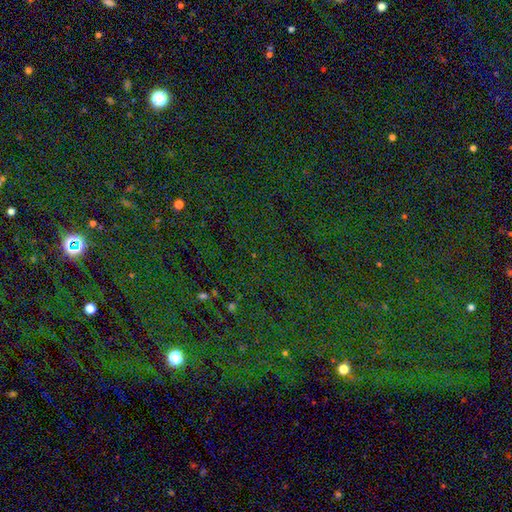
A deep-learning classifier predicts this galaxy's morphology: Smooth or featured? Predicted: star or artifact (p=0.81).